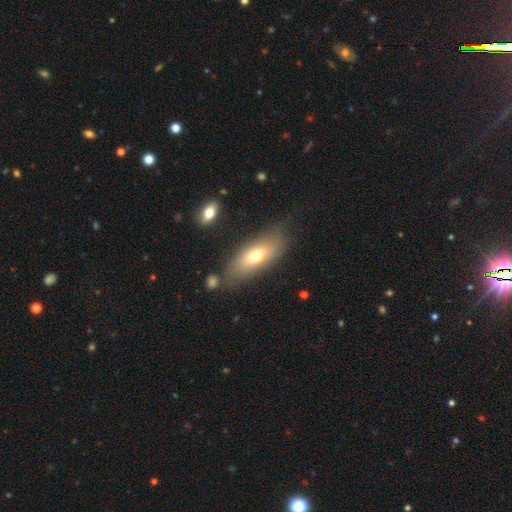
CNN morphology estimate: smooth_or_featured: smooth (p=0.66) [alt: featured or disk p=0.26]
how_rounded: in between (p=0.74) [alt: cigar-shaped p=0.22]
merging: none (p=0.73) [alt: minor disturbance p=0.16]